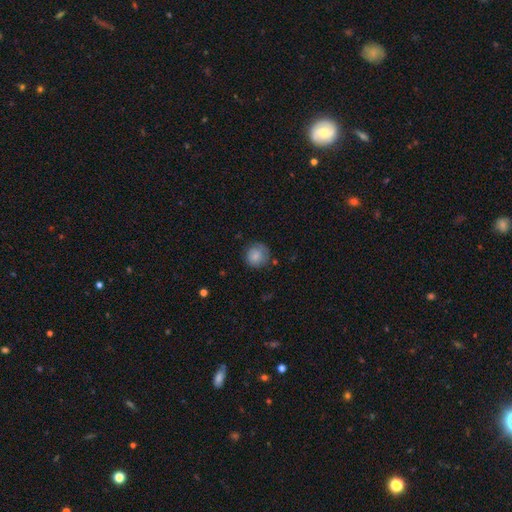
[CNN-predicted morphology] This appears to be a smooth galaxy with no disk features (81%) that is round (90%). Merging: none (74%).